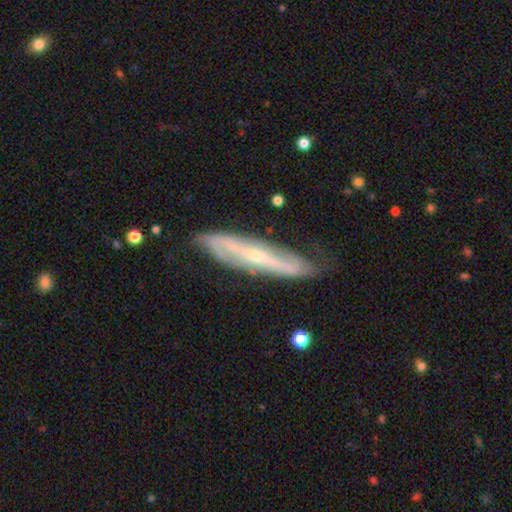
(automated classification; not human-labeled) A featured or disk galaxy (77%) viewed edge-on (50%, tied with no).

Vote fractions:
- Smooth or featured? featured or disk: 77% / smooth: 17% / star or artifact: 7%
- Edge-on disk? yes: 50% (tied) / no: 50% (tied)
- Merging? none: 72% / minor disturbance: 21% / major disturbance: 5% / merger: 2%